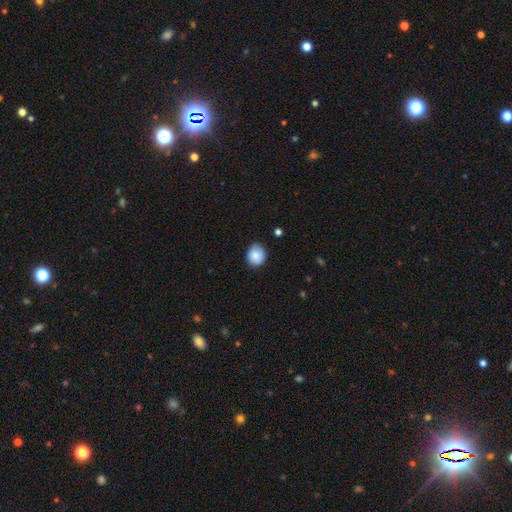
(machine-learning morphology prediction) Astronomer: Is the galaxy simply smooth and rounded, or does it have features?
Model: smooth — 84%.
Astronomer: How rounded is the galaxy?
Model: round — 78%.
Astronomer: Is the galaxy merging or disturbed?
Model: none — 78%.